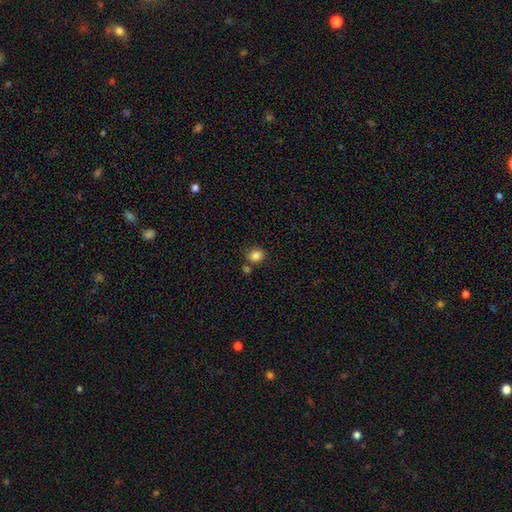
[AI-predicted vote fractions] Smooth or featured? Predicted: smooth (p=0.85). How rounded? Predicted: round (p=0.60). Merging? Predicted: none (p=0.70).